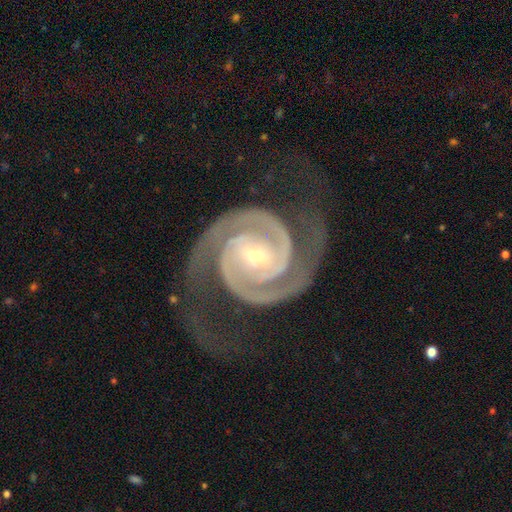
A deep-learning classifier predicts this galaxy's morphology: Smooth or featured: featured or disk — 94% (star or artifact — 4%)
Edge-on disk: no — 98% (yes — 2%)
Bar: no — 41% (strong — 30%)
Spiral arms: yes — 99% (no — 1%)
Spiral winding: tight — 63% (medium — 32%)
Spiral arm count: 2 — 93% (3 — 2%)
Bulge size: small — 76% (moderate — 21%)
Merging: none — 72% (minor disturbance — 14%)